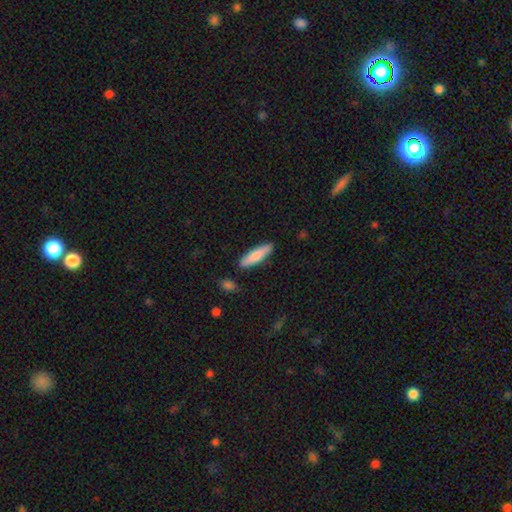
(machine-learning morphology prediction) smooth-or-featured: smooth: 79% | featured or disk: 16% | star or artifact: 5%
  how-rounded: cigar-shaped: 69% | in between: 30% | round: 2%
  merging: none: 86% | minor disturbance: 10% | merger: 2% | major disturbance: 2%